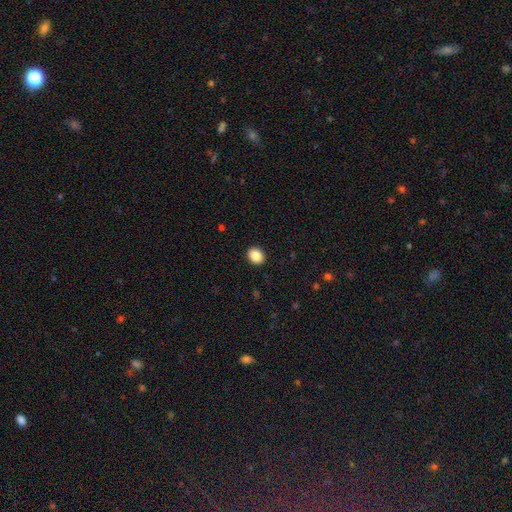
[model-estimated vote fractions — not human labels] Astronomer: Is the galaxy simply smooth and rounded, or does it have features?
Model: smooth — 87%.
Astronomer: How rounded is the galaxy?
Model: round — 50% (runner-up: in between, 49%).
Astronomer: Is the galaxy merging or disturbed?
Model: none — 92%.